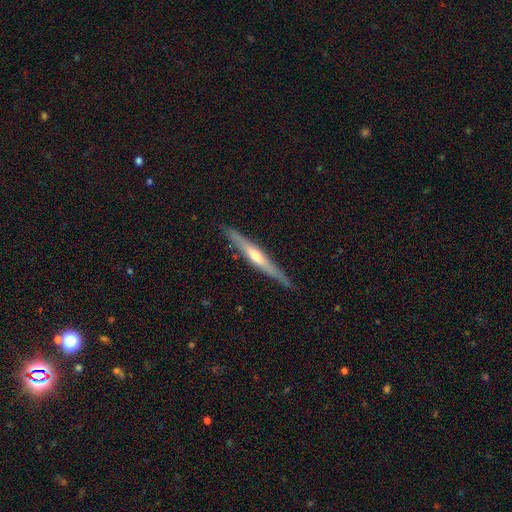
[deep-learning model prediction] smooth_or_featured: featured or disk (p=0.70) [alt: smooth p=0.25]
disk_edge_on: yes (p=0.96) [alt: no p=0.04]
edge_on_bulge: rounded (p=0.76) [alt: none p=0.17]
merging: none (p=0.88) [alt: minor disturbance p=0.09]